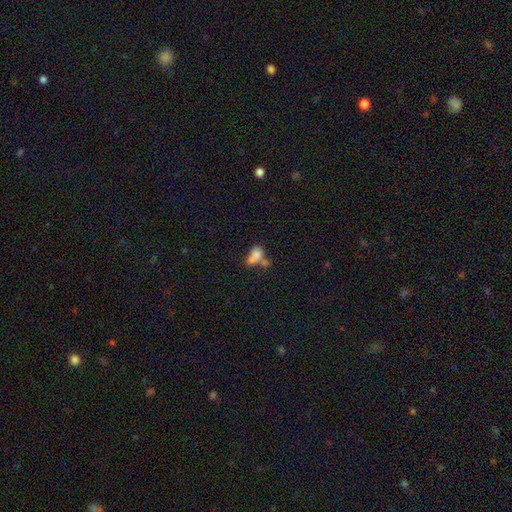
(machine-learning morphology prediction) smooth 74%, featured or disk 16%, star or artifact 11%. Down the decision tree: how rounded — in between (79%); merging — merger (51%).